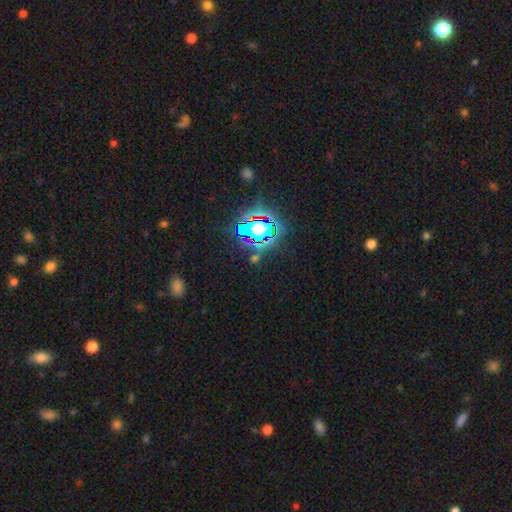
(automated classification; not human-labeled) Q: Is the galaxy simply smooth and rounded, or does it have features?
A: star or artifact — 75%.